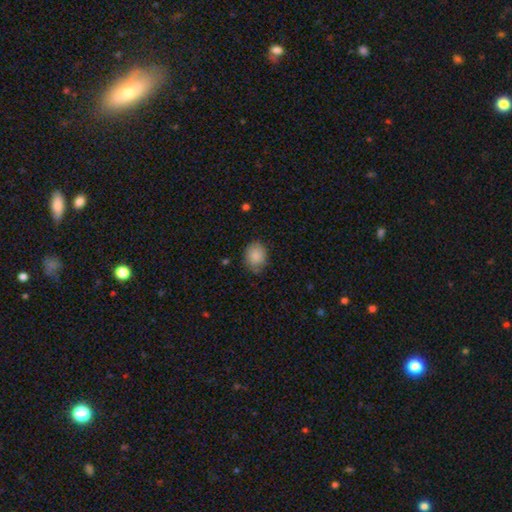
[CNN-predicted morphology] Overall: smooth (87%). How rounded: in between (51%; round 48%). Merging: none (71%).